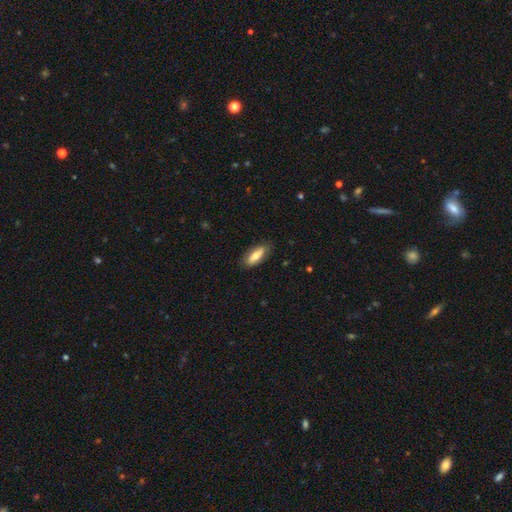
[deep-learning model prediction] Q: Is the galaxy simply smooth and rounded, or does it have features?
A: smooth — 68%.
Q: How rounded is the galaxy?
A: in between — 62%.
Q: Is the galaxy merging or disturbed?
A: none — 84%.